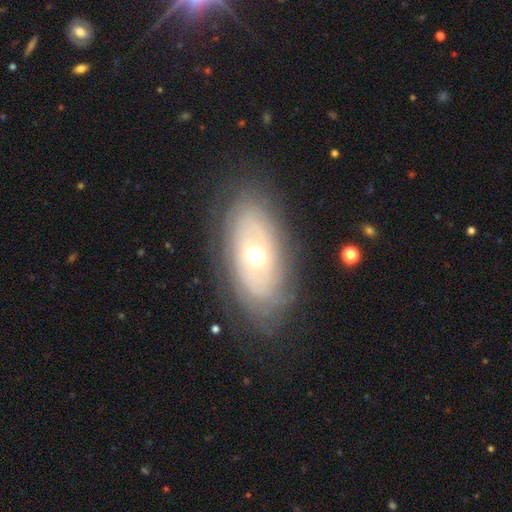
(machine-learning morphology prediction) type=featured or disk (71%); edge-on=no (89%); bar=no (79%); spiral arms=yes (58%); bulge=moderate (74%); merging=none (80%).